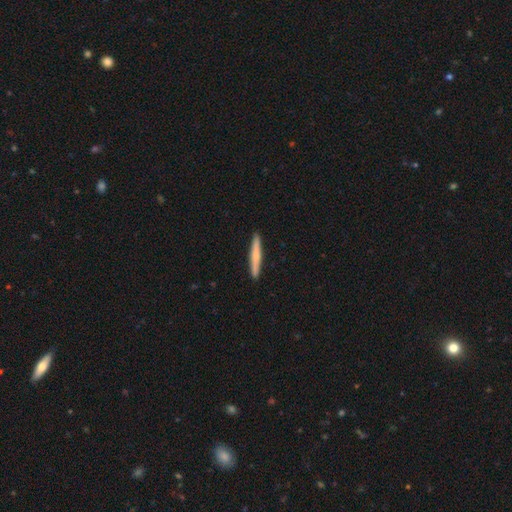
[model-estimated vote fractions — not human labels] Smooth or featured? smooth (59%)
How rounded? cigar-shaped (96%)
Merging? none (92%)